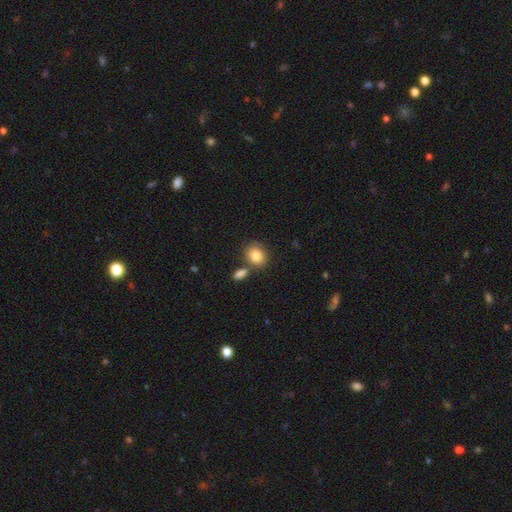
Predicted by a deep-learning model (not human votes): Smooth or featured?
  - smooth: 84% *
  - star or artifact: 8%
  - featured or disk: 8%
How rounded?
  - round: 50% *
  - in between: 49%
  - cigar-shaped: 1%
Merging?
  - none: 65% *
  - merger: 20%
  - minor disturbance: 11%
  - major disturbance: 3%